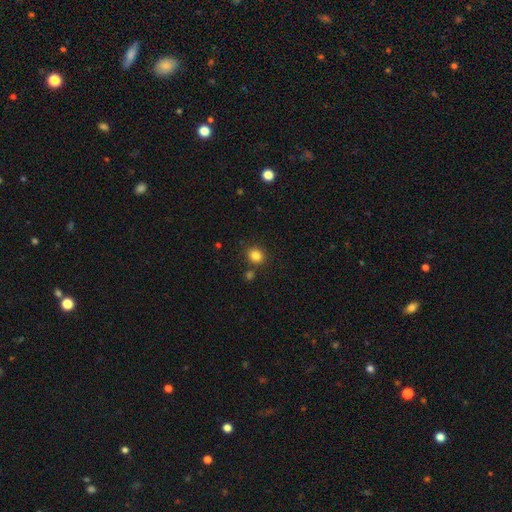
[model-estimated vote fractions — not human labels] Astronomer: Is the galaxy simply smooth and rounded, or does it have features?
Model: smooth — 83%.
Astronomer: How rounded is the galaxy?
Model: round — 75%.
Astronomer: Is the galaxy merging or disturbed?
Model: none — 81%.